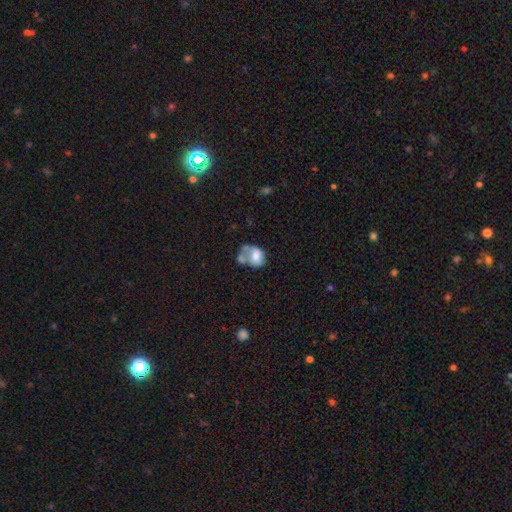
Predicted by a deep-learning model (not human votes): smooth_or_featured: smooth (p=0.65) [alt: featured or disk p=0.26]
how_rounded: in between (p=0.63) [alt: round p=0.36]
merging: merger (p=0.47) [alt: none p=0.20]